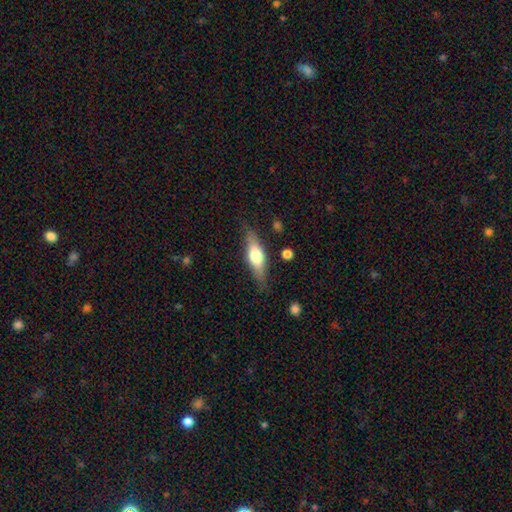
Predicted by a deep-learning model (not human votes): This appears to be a smooth galaxy with no disk features (51%) that is cigar-shaped (49%). Merging: none (81%).